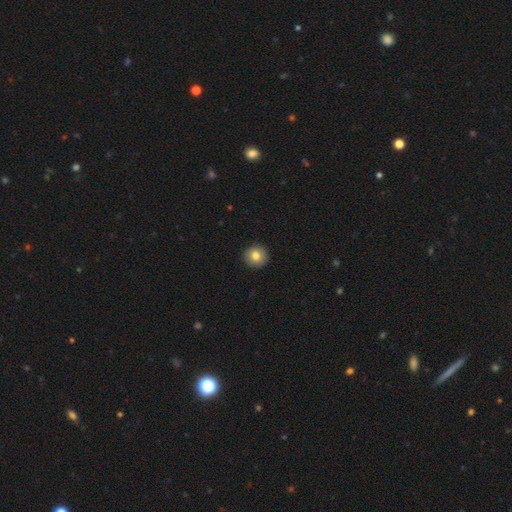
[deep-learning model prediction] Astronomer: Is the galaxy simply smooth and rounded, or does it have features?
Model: smooth — 82%.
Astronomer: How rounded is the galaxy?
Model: round — 95%.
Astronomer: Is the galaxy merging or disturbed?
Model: none — 93%.